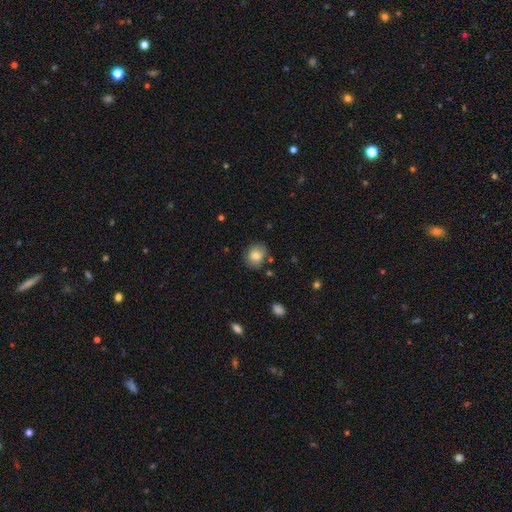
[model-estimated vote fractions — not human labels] smooth-or-featured: smooth: 78% | featured or disk: 12% | star or artifact: 9%
  how-rounded: round: 62% | in between: 37% | cigar-shaped: 1%
  merging: none: 81% | minor disturbance: 13% | major disturbance: 3% | merger: 2%